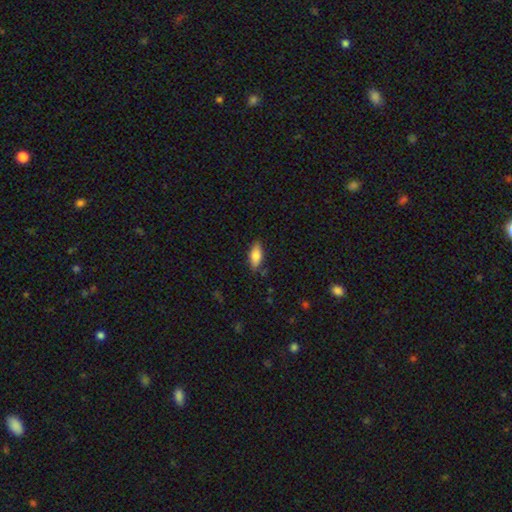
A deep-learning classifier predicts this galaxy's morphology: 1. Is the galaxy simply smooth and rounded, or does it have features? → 79% smooth, 14% featured or disk, 7% star or artifact.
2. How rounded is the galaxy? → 80% in between, 18% cigar-shaped, 2% round.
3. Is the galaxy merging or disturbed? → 81% none, 15% minor disturbance, 3% major disturbance, 2% merger.